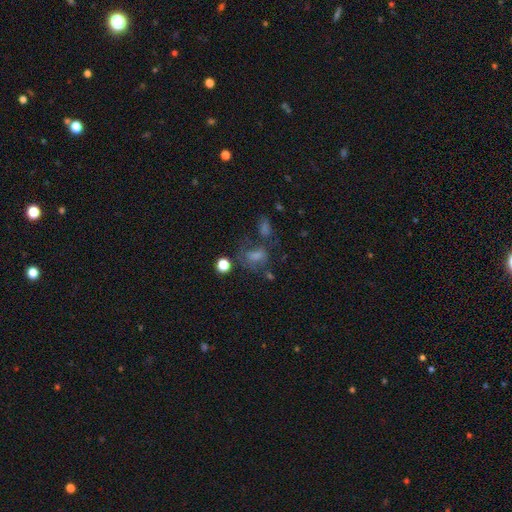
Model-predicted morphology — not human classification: Smooth or featured?
  - smooth: 41% *
  - star or artifact: 32%
  - featured or disk: 27%
Merging?
  - none: 47% *
  - major disturbance: 18%
  - merger: 17%
  - minor disturbance: 17%